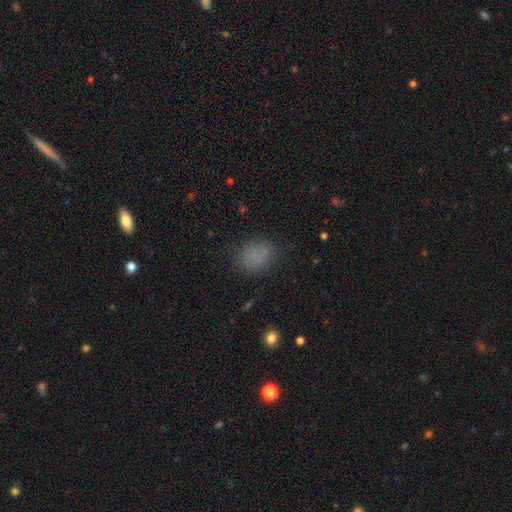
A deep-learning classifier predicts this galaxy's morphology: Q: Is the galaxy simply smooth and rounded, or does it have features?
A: smooth — 77%.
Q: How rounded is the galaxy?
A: in between — 50%.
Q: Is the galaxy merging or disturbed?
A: none — 80%.